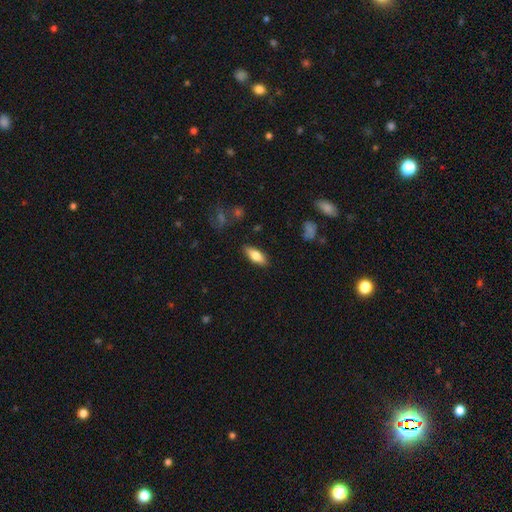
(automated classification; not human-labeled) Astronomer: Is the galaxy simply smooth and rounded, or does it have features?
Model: smooth — 66%.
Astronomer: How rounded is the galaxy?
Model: in between — 70%.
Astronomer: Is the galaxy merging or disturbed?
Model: none — 87%.